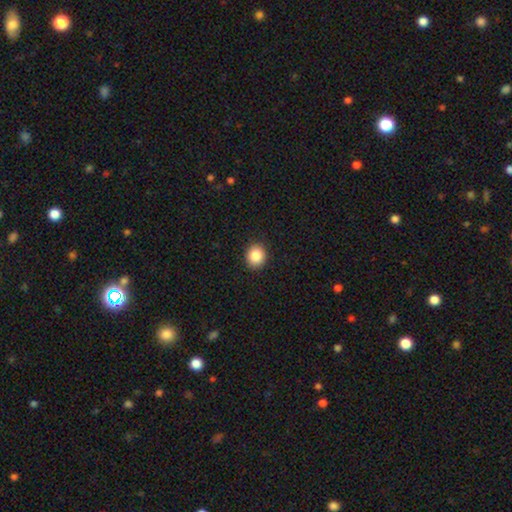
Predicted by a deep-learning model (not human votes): A smooth galaxy with no disk features (87%) that is round (78%).

Vote fractions:
- Smooth or featured? smooth: 87% / star or artifact: 9% / featured or disk: 4%
- How rounded? round: 78% / in between: 21% / cigar-shaped: 1%
- Merging? none: 92% / minor disturbance: 6% / major disturbance: 2% / merger: 1%